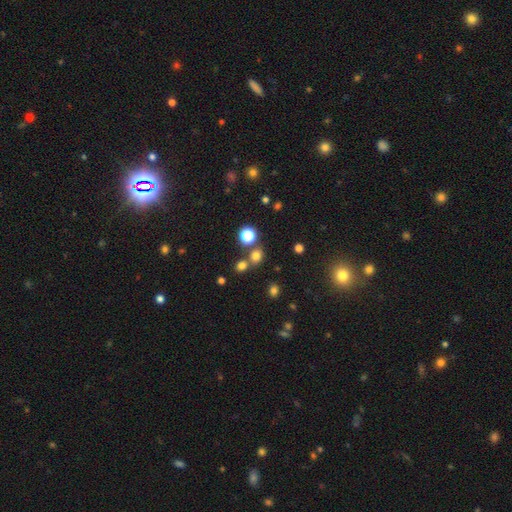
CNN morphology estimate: This appears to be a smooth galaxy with no disk features (69%) that is round (75%). Merging: none (65%).